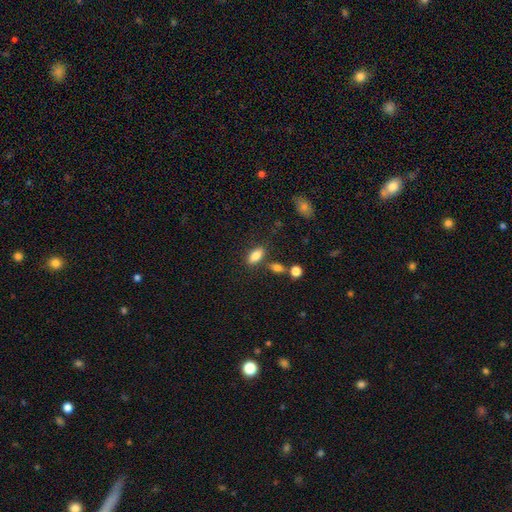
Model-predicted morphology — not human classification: This appears to be a smooth galaxy with no disk features (83%) that is in between round and cigar-shaped (86%). Merging: none (73%).